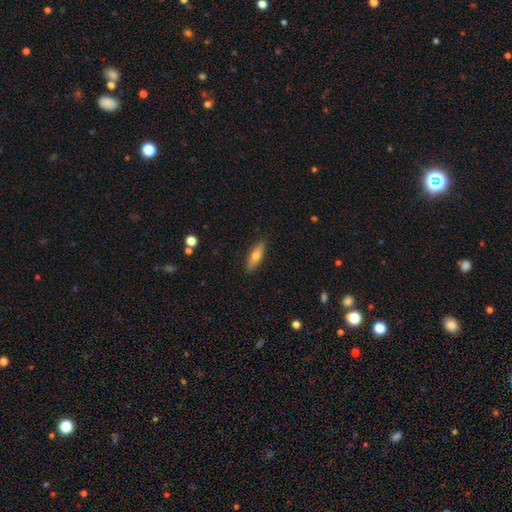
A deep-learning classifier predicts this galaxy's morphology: This appears to be a smooth galaxy with no disk features (67%) that is cigar-shaped (51%). Merging: none (88%).